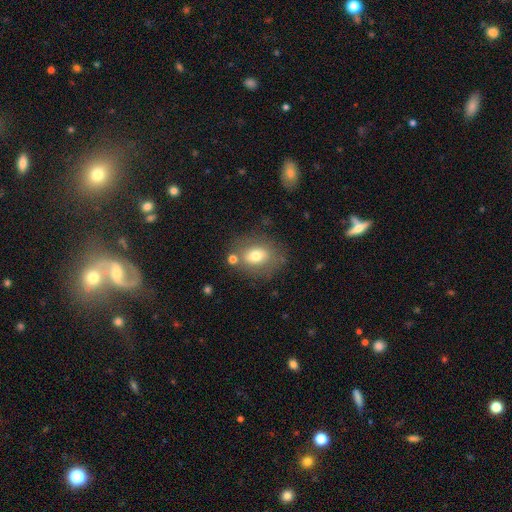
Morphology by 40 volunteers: smooth 80%, featured or disk 18%, star or artifact 2%. Down the decision tree: how rounded — round (53%); merging — none (69%).